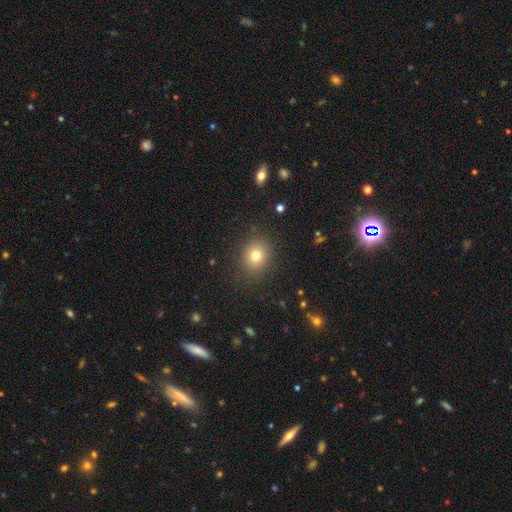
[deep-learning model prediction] Morphology: type=smooth (77%); roundness=round (65%); merging=none (87%).